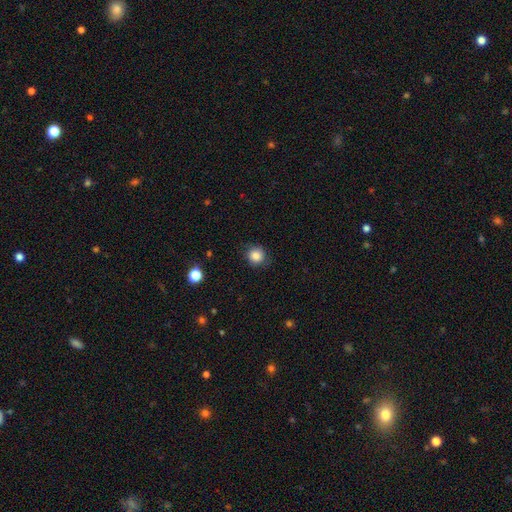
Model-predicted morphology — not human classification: The model was most divided on "merging": none: 82%, minor disturbance: 14%, major disturbance: 3%, merger: 1%. More confident: how rounded — round (89%); smooth or featured — smooth (85%).